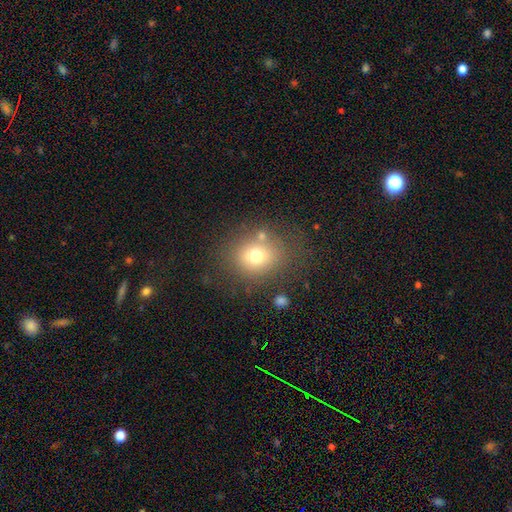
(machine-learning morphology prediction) Smooth or featured?
  - smooth: 71% *
  - star or artifact: 15%
  - featured or disk: 15%
How rounded?
  - round: 63% *
  - in between: 36%
  - cigar-shaped: 1%
Merging?
  - none: 71% *
  - minor disturbance: 14%
  - merger: 8%
  - major disturbance: 7%